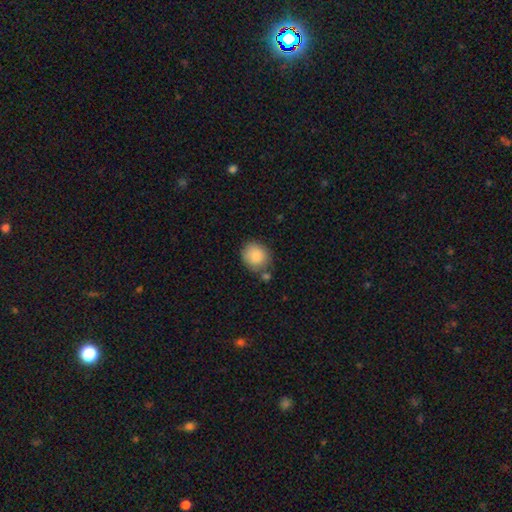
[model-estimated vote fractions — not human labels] Morphology: type=smooth (87%); roundness=round (77%); merging=none (68%).